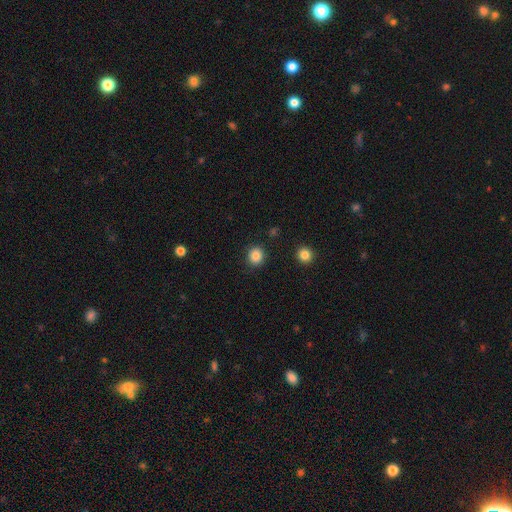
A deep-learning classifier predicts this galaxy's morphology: smooth-or-featured: smooth: 85% | star or artifact: 10% | featured or disk: 4%
  how-rounded: round: 86% | in between: 13% | cigar-shaped: 1%
  merging: none: 89% | minor disturbance: 7% | major disturbance: 2% | merger: 2%